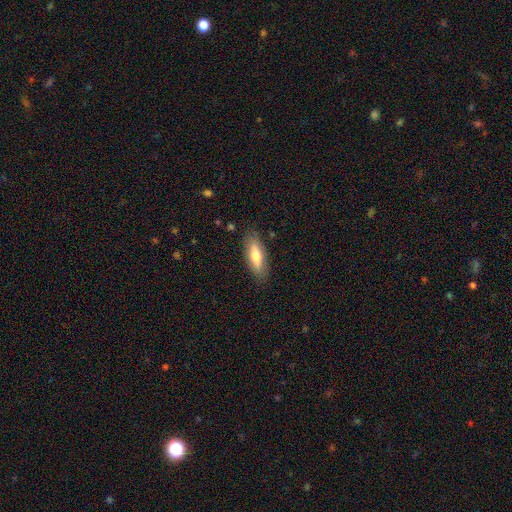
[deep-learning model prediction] Smooth or featured?
  - smooth: 66% *
  - featured or disk: 28%
  - star or artifact: 6%
How rounded?
  - in between: 56% *
  - cigar-shaped: 42%
  - round: 2%
Merging?
  - none: 84% *
  - minor disturbance: 12%
  - major disturbance: 3%
  - merger: 1%